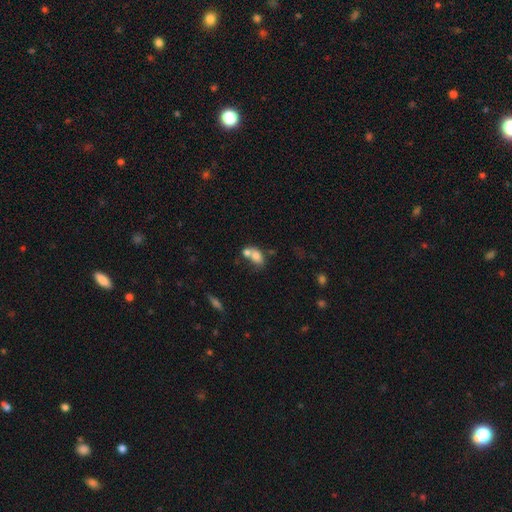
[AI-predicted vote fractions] Smooth or featured? smooth (72%)
How rounded? in between (75%)
Merging? merger (57%)